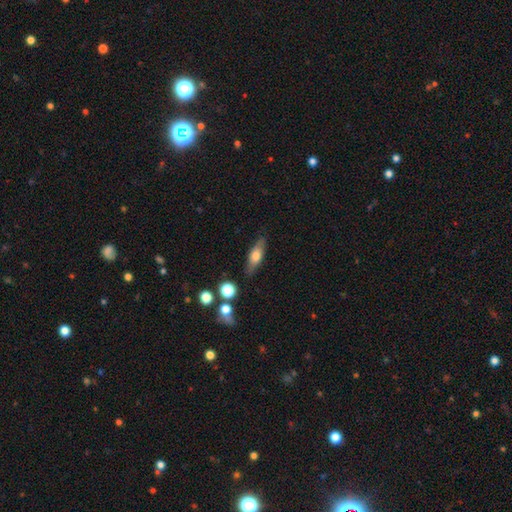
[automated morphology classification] A smooth galaxy with no disk features (59%) that is in between round and cigar-shaped (52%). Merging: none (83%).